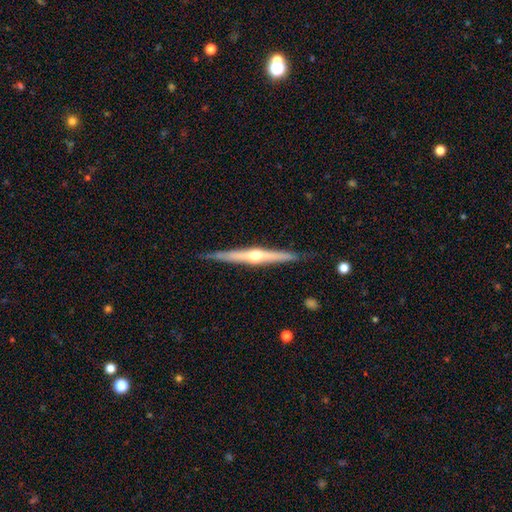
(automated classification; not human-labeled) Q: Smooth or featured?
A: featured or disk (77%); runner-up: smooth (18%)
Q: Edge-on disk?
A: yes (98%); runner-up: no (2%)
Q: Edge-on bulge?
A: rounded (91%); runner-up: none (5%)
Q: Merging?
A: none (87%); runner-up: minor disturbance (10%)